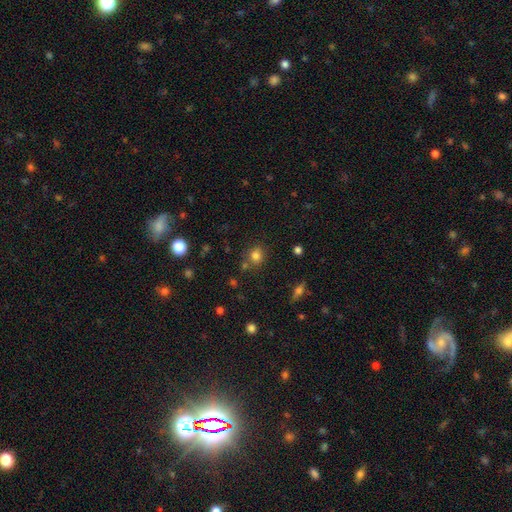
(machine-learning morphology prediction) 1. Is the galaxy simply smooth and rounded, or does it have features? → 78% smooth, 14% star or artifact, 8% featured or disk.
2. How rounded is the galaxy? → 70% round, 28% in between, 1% cigar-shaped.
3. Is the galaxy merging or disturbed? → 73% none, 13% minor disturbance, 11% merger, 4% major disturbance.